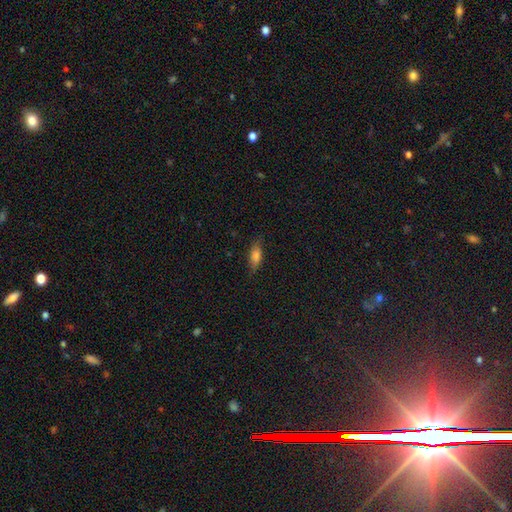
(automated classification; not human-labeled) This appears to be a smooth galaxy with no disk features (72%) that is in between round and cigar-shaped (67%). Merging: none (76%).